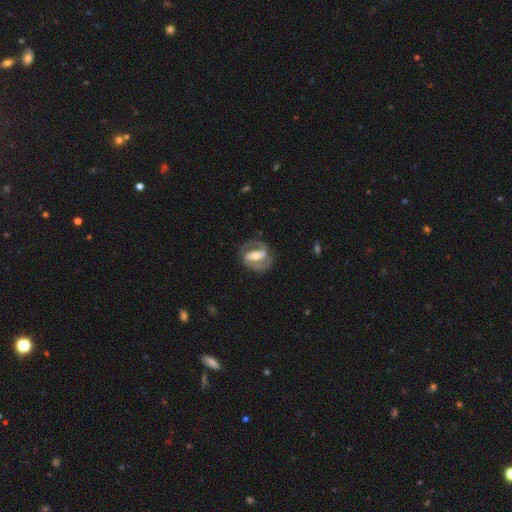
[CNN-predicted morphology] smooth_or_featured: featured or disk (p=0.84) [alt: smooth p=0.12]
disk_edge_on: no (p=0.96) [alt: yes p=0.04]
bar: strong (p=0.62) [alt: weak p=0.26]
has_spiral_arms: yes (p=0.88) [alt: no p=0.12]
spiral_winding: medium (p=0.50) [alt: tight p=0.34]
spiral_arm_count: 2 (p=0.87) [alt: can't tell p=0.05]
bulge_size: moderate (p=0.60) [alt: small p=0.31]
merging: none (p=0.77) [alt: minor disturbance p=0.14]